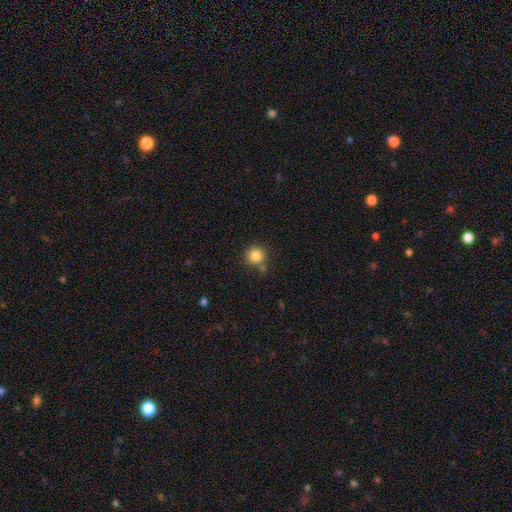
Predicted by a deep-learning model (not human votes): A smooth galaxy with no disk features (84%) that is round (93%).

Vote fractions:
- Smooth or featured? smooth: 84% / star or artifact: 11% / featured or disk: 5%
- How rounded? round: 93% / in between: 6% / cigar-shaped: 1%
- Merging? none: 75% / minor disturbance: 11% / merger: 10% / major disturbance: 3%